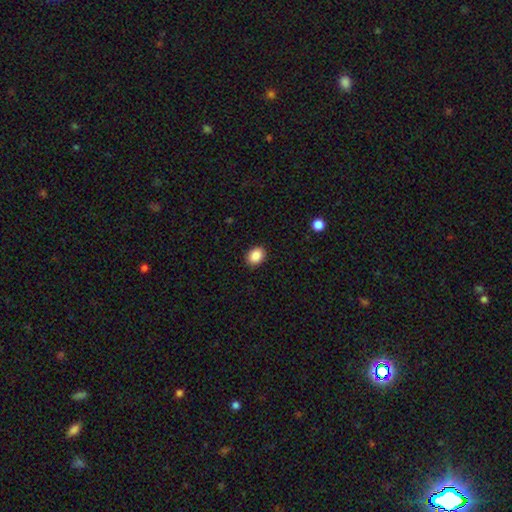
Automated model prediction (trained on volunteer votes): Morphology: type=smooth (89%); roundness=in between (54%); merging=none (91%).